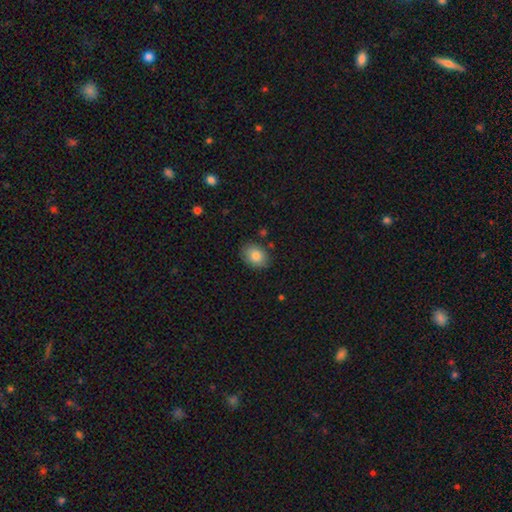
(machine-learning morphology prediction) smooth_or_featured: smooth (p=0.85) [alt: star or artifact p=0.08]
how_rounded: in between (p=0.66) [alt: round p=0.33]
merging: none (p=0.84) [alt: minor disturbance p=0.11]